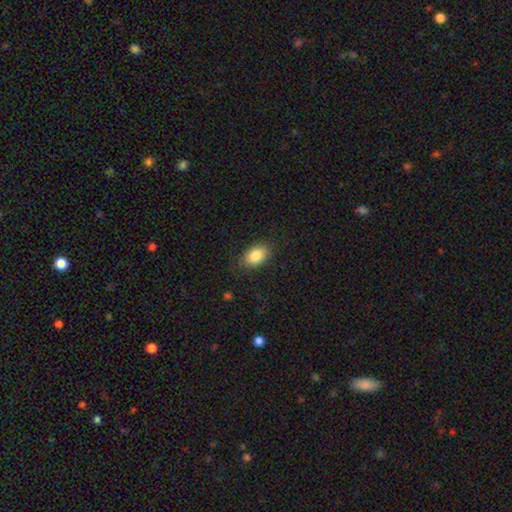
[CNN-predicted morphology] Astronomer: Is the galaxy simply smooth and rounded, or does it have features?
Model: smooth — 84%.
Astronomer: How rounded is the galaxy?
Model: in between — 87%.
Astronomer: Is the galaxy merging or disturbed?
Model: none — 84%.